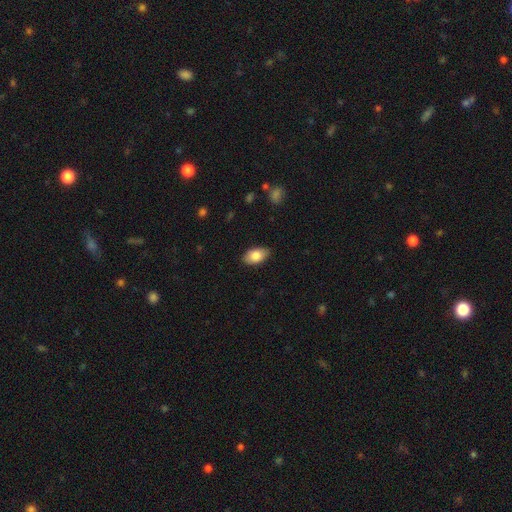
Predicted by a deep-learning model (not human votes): A smooth galaxy with no disk features (83%) that is in between round and cigar-shaped (93%).

Vote fractions:
- Smooth or featured? smooth: 83% / featured or disk: 10% / star or artifact: 7%
- How rounded? in between: 93% / round: 5% / cigar-shaped: 2%
- Merging? none: 85% / minor disturbance: 12% / major disturbance: 2% / merger: 1%